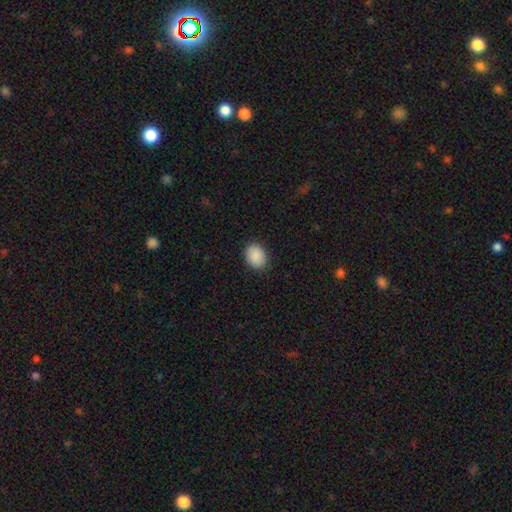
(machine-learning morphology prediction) Smooth or featured?
  - smooth: 90% *
  - star or artifact: 7%
  - featured or disk: 3%
How rounded?
  - in between: 61% *
  - round: 38%
  - cigar-shaped: 1%
Merging?
  - none: 88% *
  - minor disturbance: 9%
  - major disturbance: 2%
  - merger: 1%